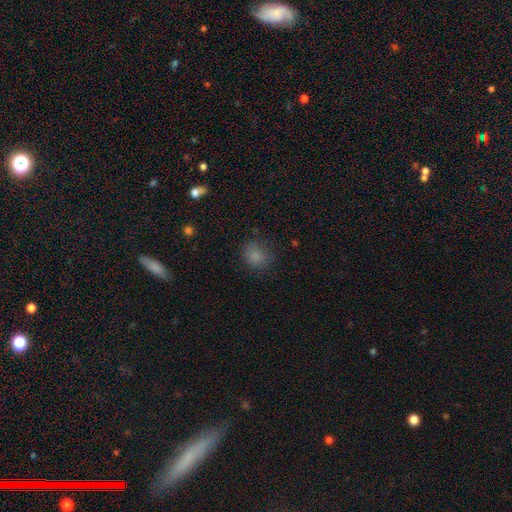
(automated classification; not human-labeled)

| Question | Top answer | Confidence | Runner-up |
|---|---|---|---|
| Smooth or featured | smooth | 83% | star or artifact (12%) |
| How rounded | round | 73% | in between (26%) |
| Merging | none | 78% | minor disturbance (16%) |